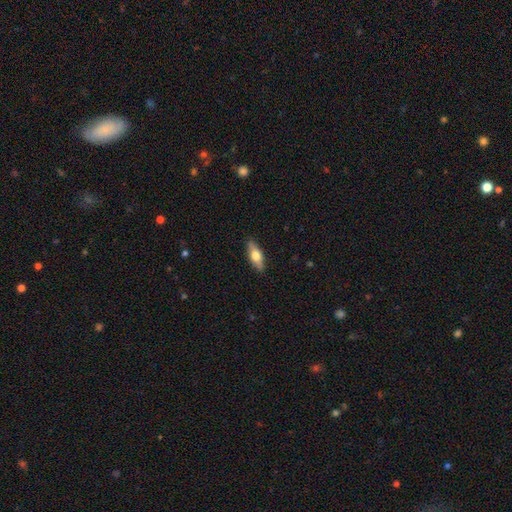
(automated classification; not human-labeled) smooth-or-featured: smooth: 61% | featured or disk: 33% | star or artifact: 6%
  how-rounded: in between: 66% | cigar-shaped: 31% | round: 3%
  merging: none: 89% | minor disturbance: 9% | major disturbance: 2% | merger: 1%